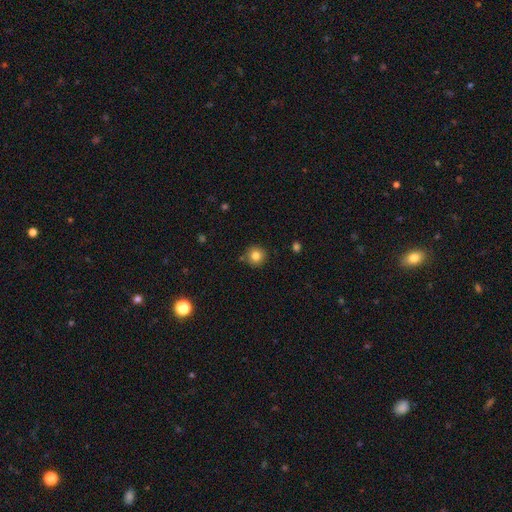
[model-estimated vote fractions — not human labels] Smooth or featured? Predicted: smooth (p=0.82). How rounded? Predicted: round (p=0.94). Merging? Predicted: none (p=0.87).